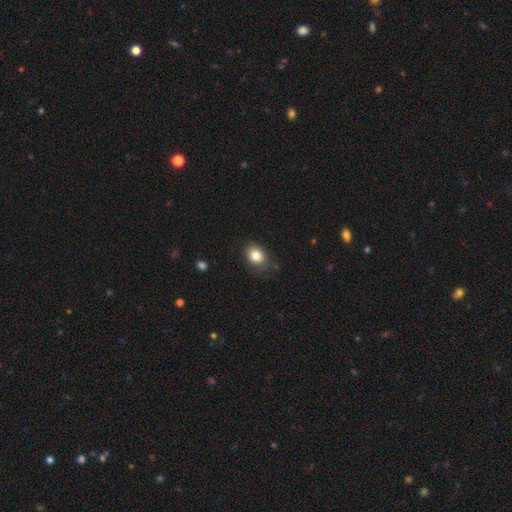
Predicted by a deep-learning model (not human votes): A smooth galaxy with no disk features (81%) that is in between round and cigar-shaped (63%). Merging: none (74%).